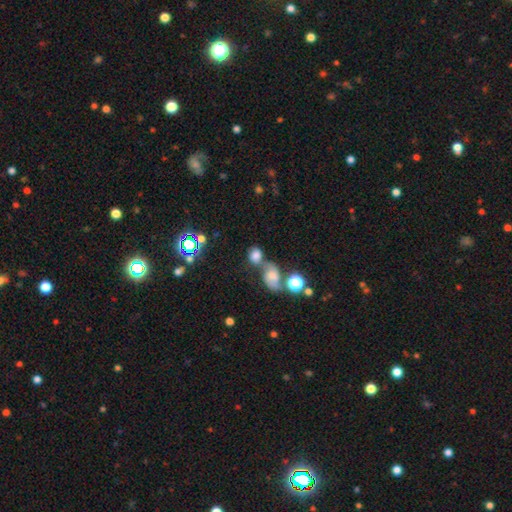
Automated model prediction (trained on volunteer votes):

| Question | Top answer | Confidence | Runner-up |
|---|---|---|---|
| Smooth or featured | smooth | 68% | featured or disk (16%) |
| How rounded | in between | 49% | round (48%) |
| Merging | merger | 46% | none (36%) |